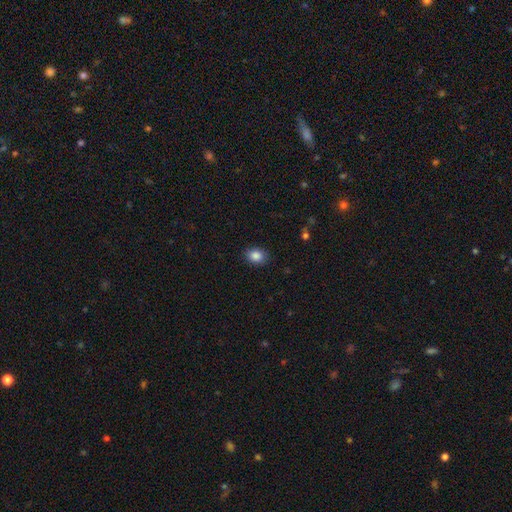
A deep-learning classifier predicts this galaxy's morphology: This is clearly a smooth galaxy (87%). How rounded: likely in between (62%). Merging: clearly none (88%).